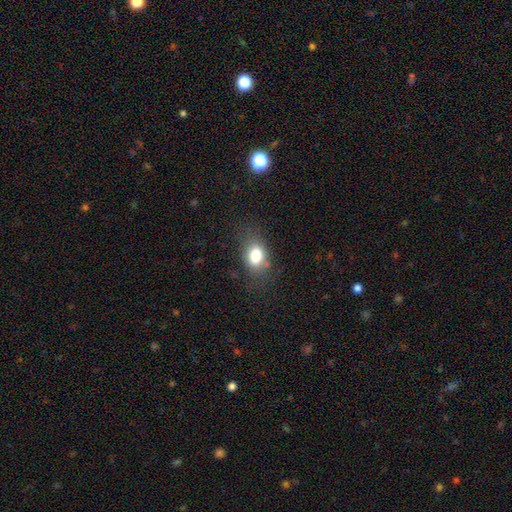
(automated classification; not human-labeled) smooth-or-featured: smooth: 79% | featured or disk: 11% | star or artifact: 10%
  how-rounded: in between: 74% | round: 24% | cigar-shaped: 2%
  merging: none: 71% | minor disturbance: 19% | major disturbance: 8% | merger: 2%